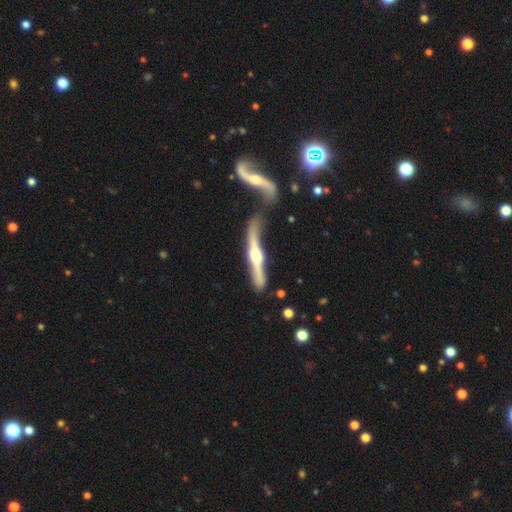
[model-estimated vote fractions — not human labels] smooth_or_featured: featured or disk (p=0.80) [alt: smooth p=0.15]
disk_edge_on: yes (p=0.95) [alt: no p=0.05]
edge_on_bulge: rounded (p=0.93) [alt: boxy p=0.04]
merging: none (p=0.59) [alt: merger p=0.19]